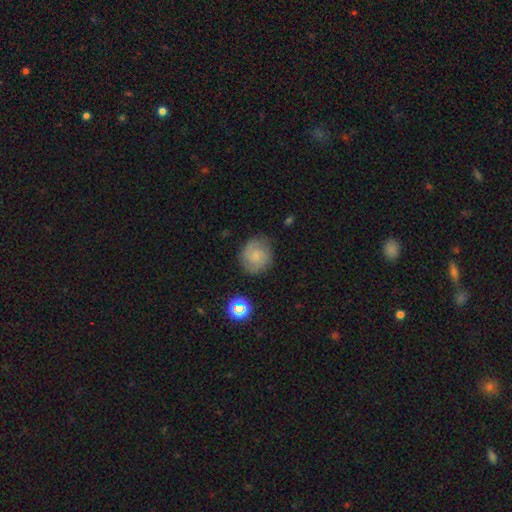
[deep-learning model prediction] Smooth or featured? Predicted: smooth (p=0.52). How rounded? Predicted: round (p=0.84). Merging? Predicted: none (p=0.77).